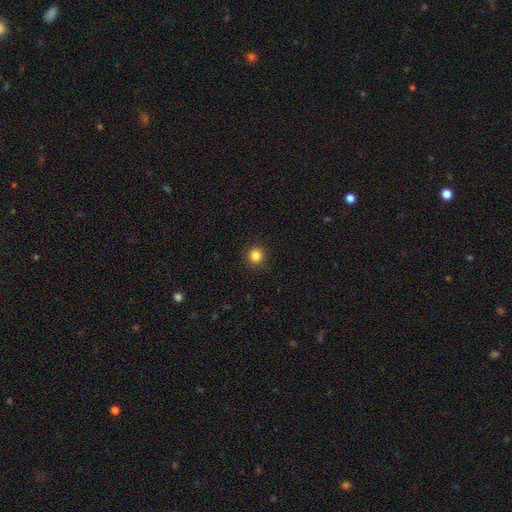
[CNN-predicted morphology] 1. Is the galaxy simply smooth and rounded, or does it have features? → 85% smooth, 12% star or artifact, 4% featured or disk.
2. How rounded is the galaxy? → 93% round, 6% in between, 1% cigar-shaped.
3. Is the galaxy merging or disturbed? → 89% none, 7% minor disturbance, 2% major disturbance, 1% merger.